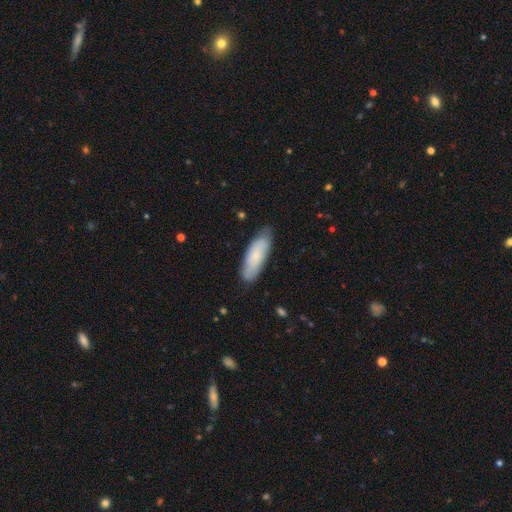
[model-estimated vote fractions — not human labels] Smooth or featured: smooth — 75% (featured or disk — 20%)
How rounded: in between — 59% (cigar-shaped — 39%)
Merging: none — 77% (minor disturbance — 19%)